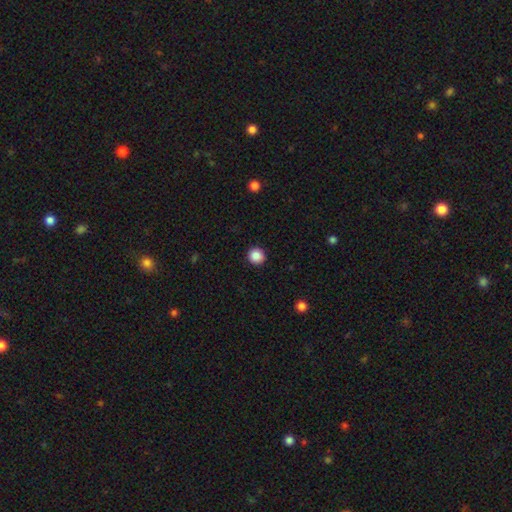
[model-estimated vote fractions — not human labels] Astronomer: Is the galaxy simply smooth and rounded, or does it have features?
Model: smooth — 87%.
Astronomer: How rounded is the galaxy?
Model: round — 93%.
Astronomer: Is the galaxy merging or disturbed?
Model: none — 92%.